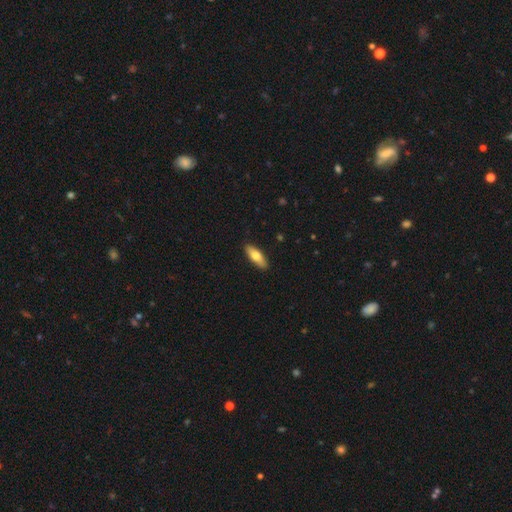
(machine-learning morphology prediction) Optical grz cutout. It shows a smooth galaxy with no disk features (71%) that is in between round and cigar-shaped (65%). Merging: none (89%).